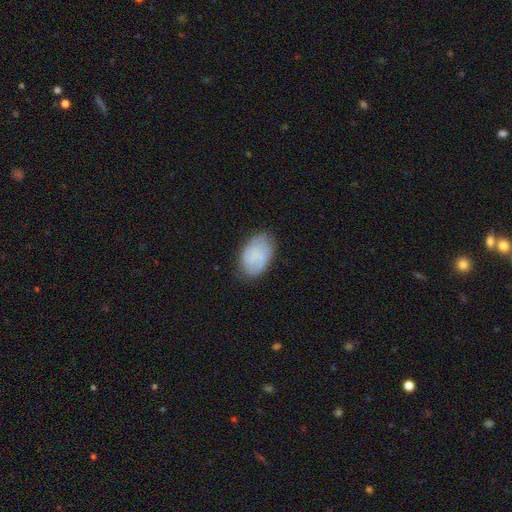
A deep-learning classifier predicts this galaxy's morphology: Smooth or featured?
  - smooth: 59% *
  - featured or disk: 33%
  - star or artifact: 8%
How rounded?
  - in between: 88% *
  - round: 11%
  - cigar-shaped: 1%
Merging?
  - none: 74% *
  - minor disturbance: 19%
  - major disturbance: 5%
  - merger: 1%